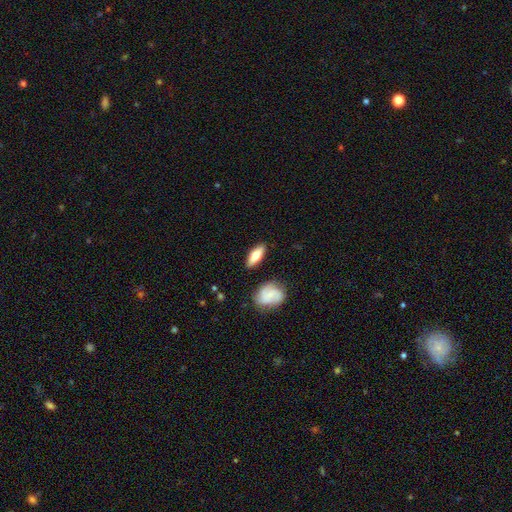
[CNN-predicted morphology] Q: Smooth or featured?
A: smooth (65%); runner-up: featured or disk (29%)
Q: How rounded?
A: in between (65%); runner-up: cigar-shaped (32%)
Q: Merging?
A: none (84%); runner-up: minor disturbance (11%)